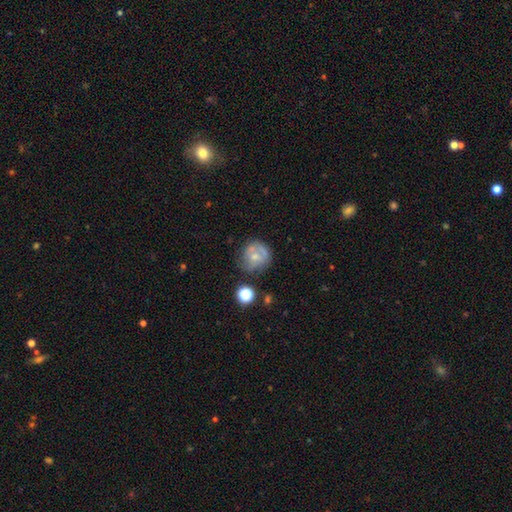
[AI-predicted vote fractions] Morphology: type=smooth (47%); merging=none (57%).